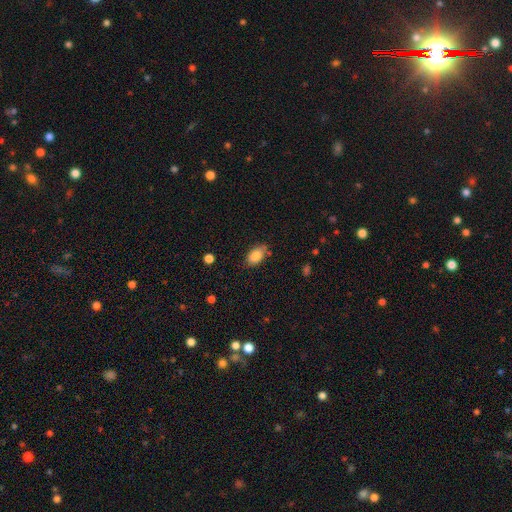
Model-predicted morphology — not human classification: This is clearly a smooth galaxy (86%). How rounded: clearly in between (90%). Merging: likely none (73%).